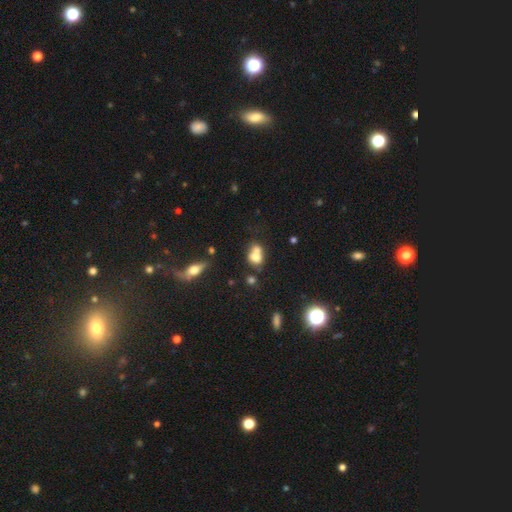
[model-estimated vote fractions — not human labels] Smooth or featured? smooth (68%)
How rounded? in between (60%)
Merging? merger (51%)